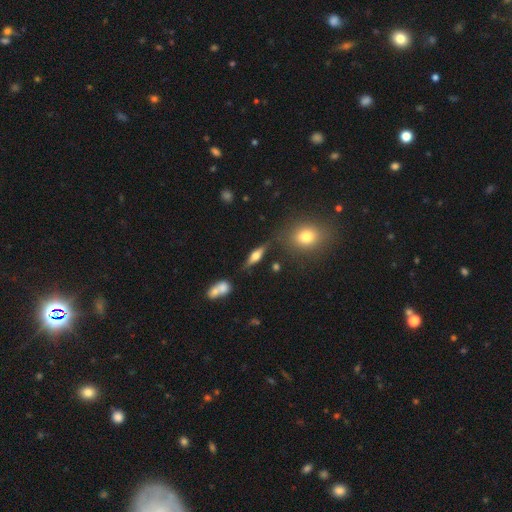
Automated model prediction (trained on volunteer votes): smooth_or_featured: featured or disk (p=0.52) [alt: smooth p=0.39]
disk_edge_on: yes (p=0.91) [alt: no p=0.09]
merging: none (p=0.74) [alt: minor disturbance p=0.14]